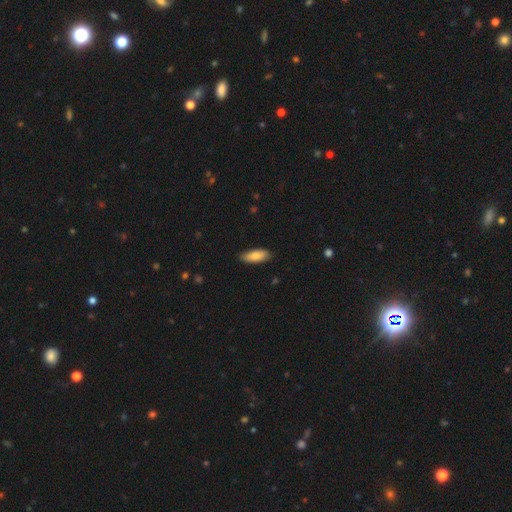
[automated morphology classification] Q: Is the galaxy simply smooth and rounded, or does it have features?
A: smooth — 82%.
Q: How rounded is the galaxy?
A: in between — 71%.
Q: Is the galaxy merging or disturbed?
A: none — 85%.